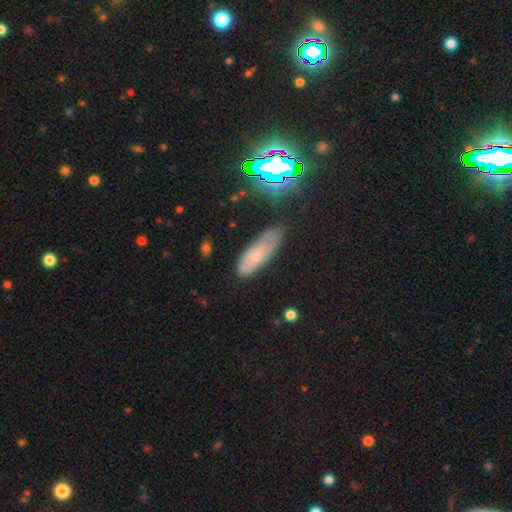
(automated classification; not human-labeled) A smooth galaxy with no disk features (57%) that is in between round and cigar-shaped (64%). Merging: none (66%).